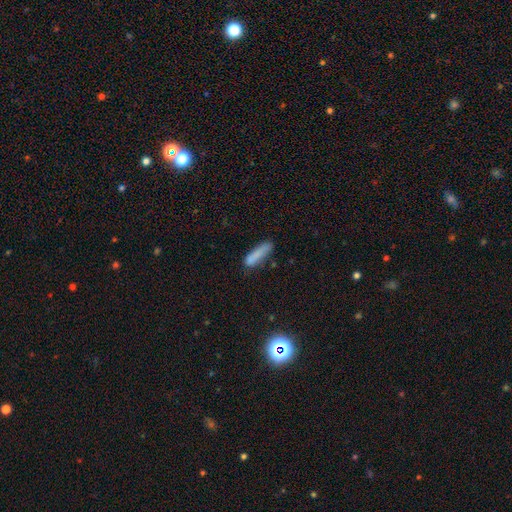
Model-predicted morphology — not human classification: type=smooth (83%); roundness=cigar-shaped (74%); merging=none (67%).